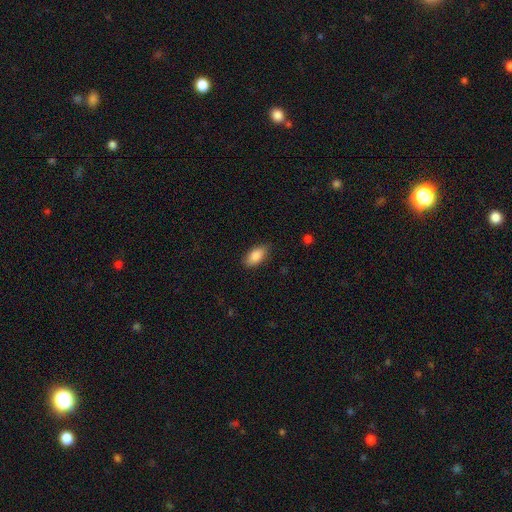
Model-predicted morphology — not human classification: Smooth or featured? smooth (87%)
How rounded? in between (92%)
Merging? none (83%)